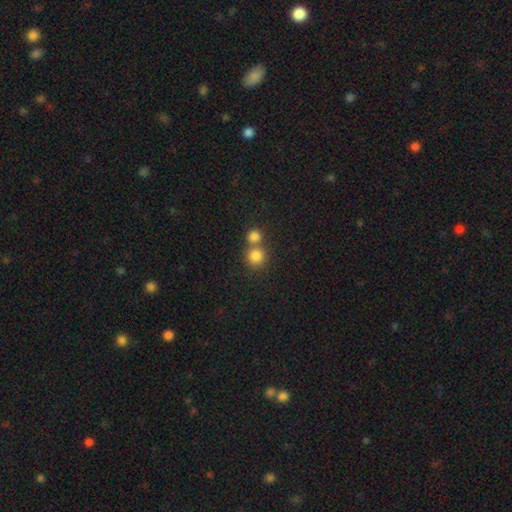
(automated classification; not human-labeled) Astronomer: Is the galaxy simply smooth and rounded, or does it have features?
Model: smooth — 82%.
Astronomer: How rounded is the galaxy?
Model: round — 91%.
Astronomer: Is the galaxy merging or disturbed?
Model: none — 52% (runner-up: merger, 39%).